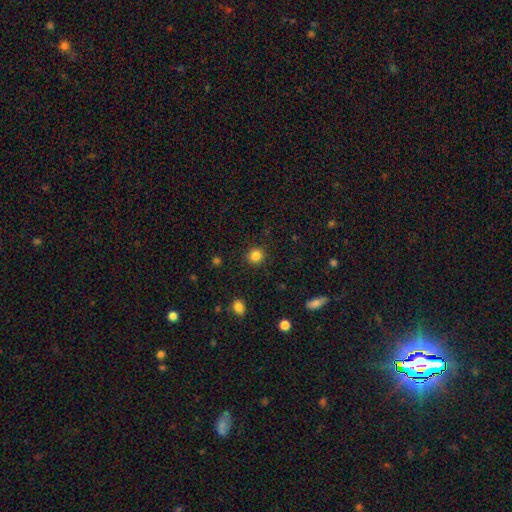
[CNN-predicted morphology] This is clearly a smooth galaxy (85%). How rounded: clearly round (92%). Merging: clearly none (91%).